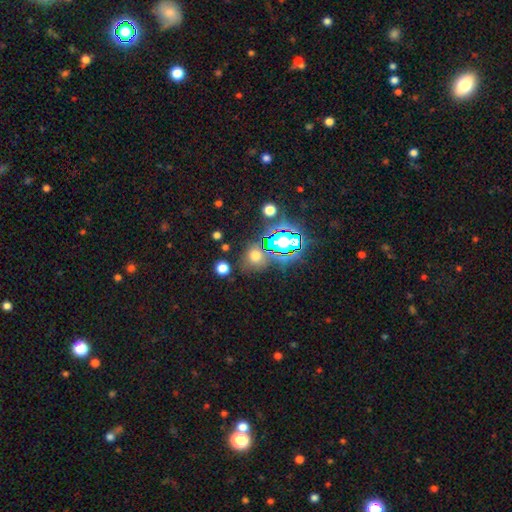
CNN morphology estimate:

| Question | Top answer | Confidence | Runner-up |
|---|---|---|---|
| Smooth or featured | smooth | 54% | star or artifact (36%) |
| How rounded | round | 74% | in between (24%) |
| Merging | none | 74% | minor disturbance (12%) |